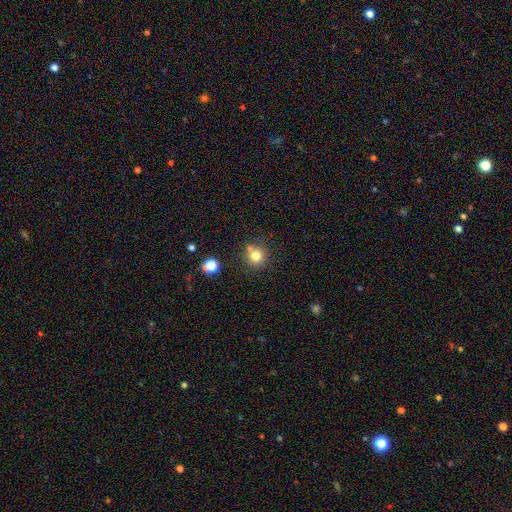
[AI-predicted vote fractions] smooth_or_featured: smooth (p=0.78) [alt: star or artifact p=0.14]
how_rounded: round (p=0.93) [alt: in between p=0.07]
merging: none (p=0.74) [alt: merger p=0.14]